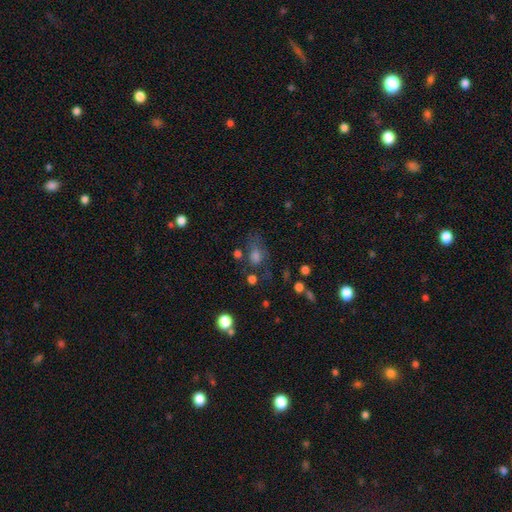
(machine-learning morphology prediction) This appears to be a smooth galaxy with no disk features (56%) that is in between round and cigar-shaped (61%). Merging: none (48%).